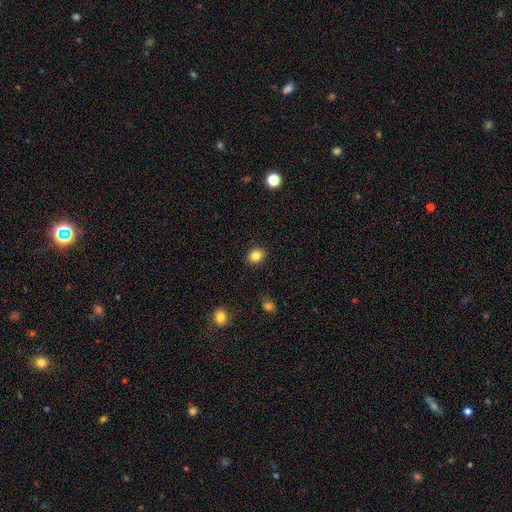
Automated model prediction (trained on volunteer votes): This appears to be a smooth galaxy with no disk features (84%) that is round (63%). Merging: none (90%).